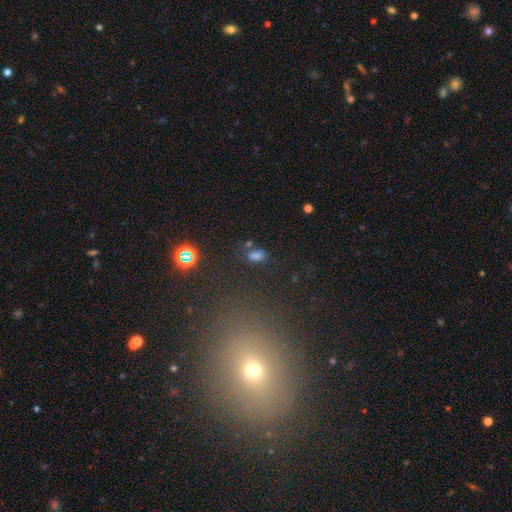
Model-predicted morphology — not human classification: A smooth galaxy with no disk features (63%) that is in between round and cigar-shaped (84%).

Vote fractions:
- Smooth or featured? smooth: 63% / star or artifact: 27% / featured or disk: 9%
- How rounded? in between: 84% / round: 12% / cigar-shaped: 4%
- Merging? none: 65% / minor disturbance: 16% / merger: 12% / major disturbance: 8%